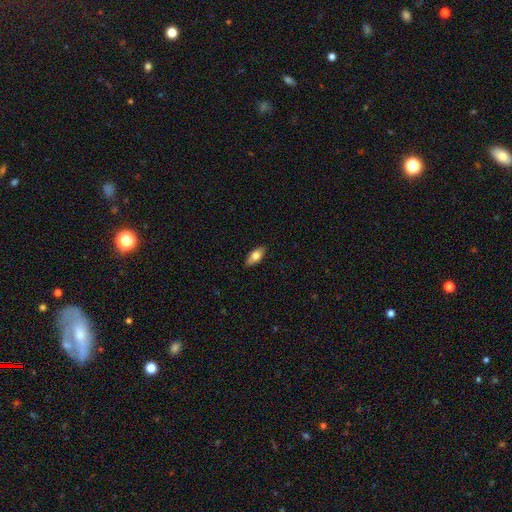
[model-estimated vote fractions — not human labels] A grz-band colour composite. It shows a smooth galaxy with no disk features (75%) that is in between round and cigar-shaped (86%). Merging: none (87%).